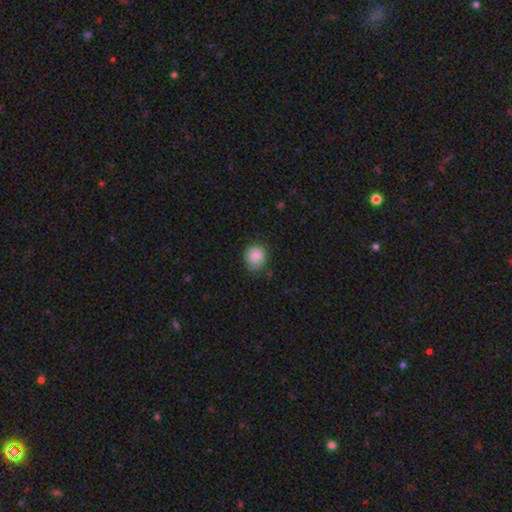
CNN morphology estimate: smooth-or-featured: smooth: 85% | star or artifact: 8% | featured or disk: 7%
  how-rounded: round: 74% | in between: 25% | cigar-shaped: 1%
  merging: none: 73% | minor disturbance: 21% | major disturbance: 4% | merger: 2%